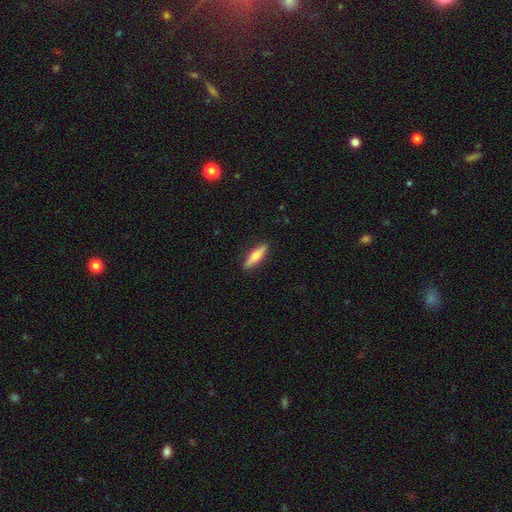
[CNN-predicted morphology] This appears to be a smooth galaxy with no disk features (60%) that is cigar-shaped (71%). Merging: none (90%).